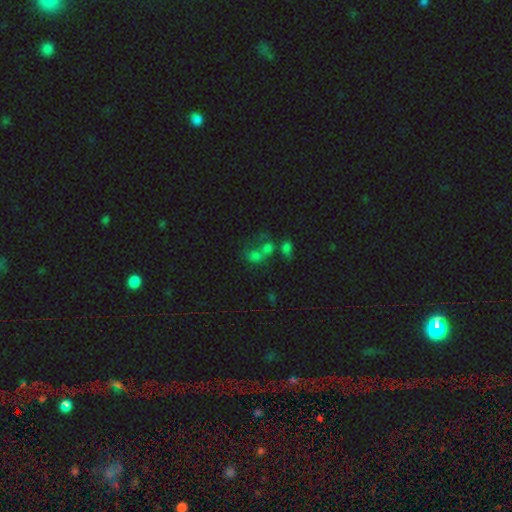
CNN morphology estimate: Smooth or featured?
  - smooth: 59% *
  - star or artifact: 23%
  - featured or disk: 18%
How rounded?
  - in between: 56% *
  - round: 42%
  - cigar-shaped: 2%
Merging?
  - merger: 54% *
  - none: 23%
  - major disturbance: 13%
  - minor disturbance: 10%